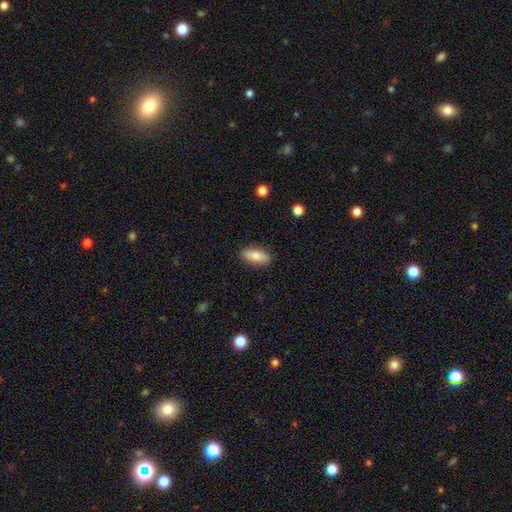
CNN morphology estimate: smooth 78%, featured or disk 15%, star or artifact 7%. Down the decision tree: how rounded — in between (80%); merging — none (87%).